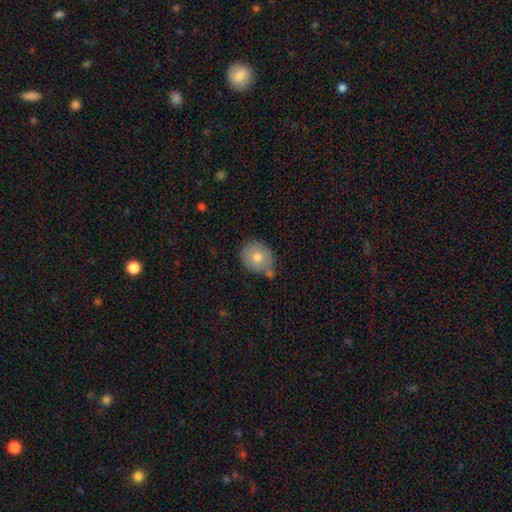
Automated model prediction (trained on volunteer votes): Smooth or featured? smooth (72%)
How rounded? round (71%)
Merging? none (65%)